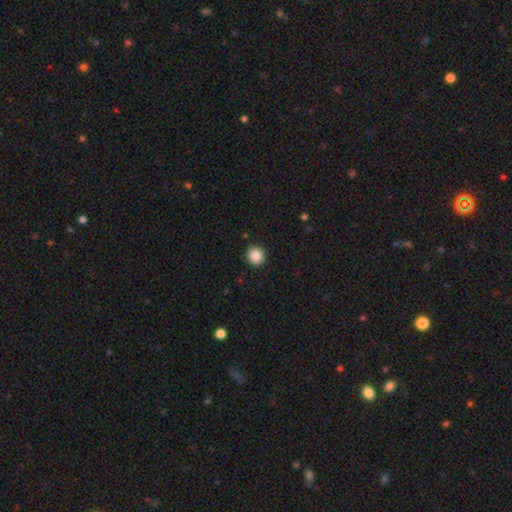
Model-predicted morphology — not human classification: A smooth galaxy with no disk features (88%) that is round (93%). Merging: none (92%).